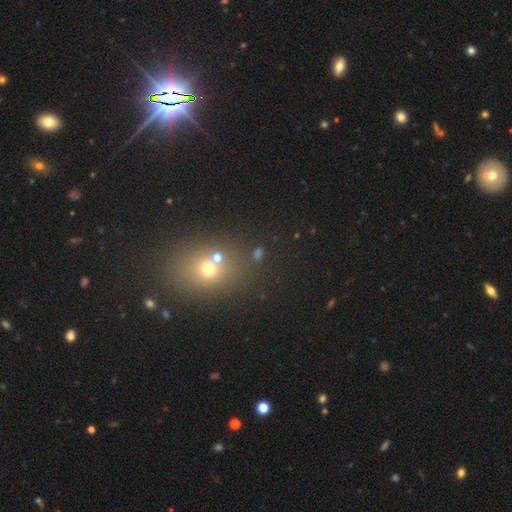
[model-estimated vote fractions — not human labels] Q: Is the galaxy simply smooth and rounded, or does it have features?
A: smooth — 49%.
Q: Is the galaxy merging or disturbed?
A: none — 65%.